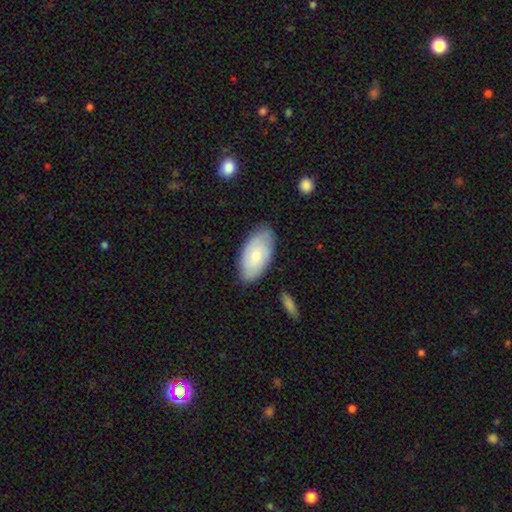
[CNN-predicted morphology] type=smooth (63%); roundness=in between (94%); merging=none (81%).